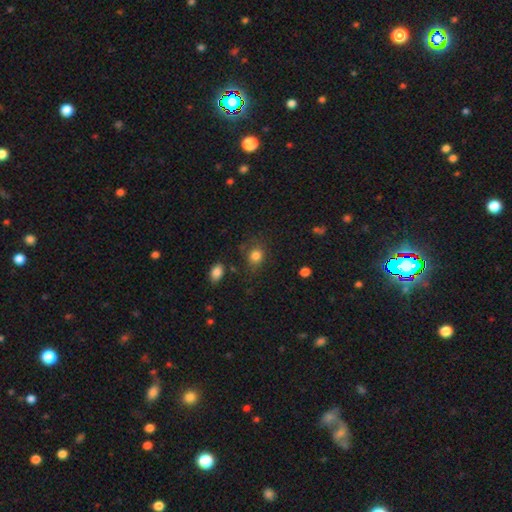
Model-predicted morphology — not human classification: Smooth or featured?
  - smooth: 81% *
  - star or artifact: 12%
  - featured or disk: 7%
How rounded?
  - round: 65% *
  - in between: 34%
  - cigar-shaped: 1%
Merging?
  - none: 69% *
  - minor disturbance: 20%
  - major disturbance: 8%
  - merger: 4%